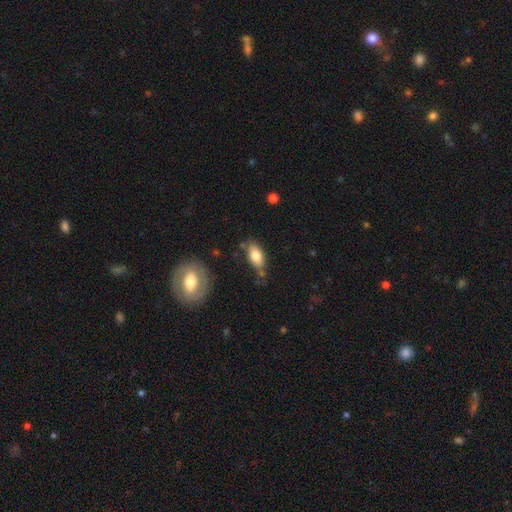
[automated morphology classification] Smooth or featured? smooth (79%)
How rounded? in between (89%)
Merging? none (68%)